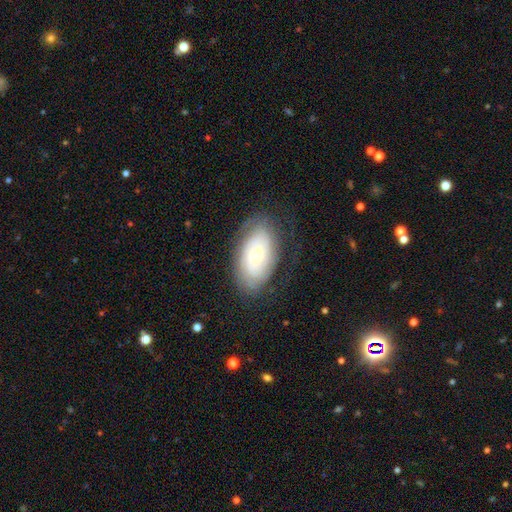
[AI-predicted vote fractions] featured or disk 59%, smooth 33%, star or artifact 8%. Down the decision tree: edge-on disk — no (92%); bar — no (79%); spiral arms — yes (71%); bulge size — small (51%); merging — none (73%).